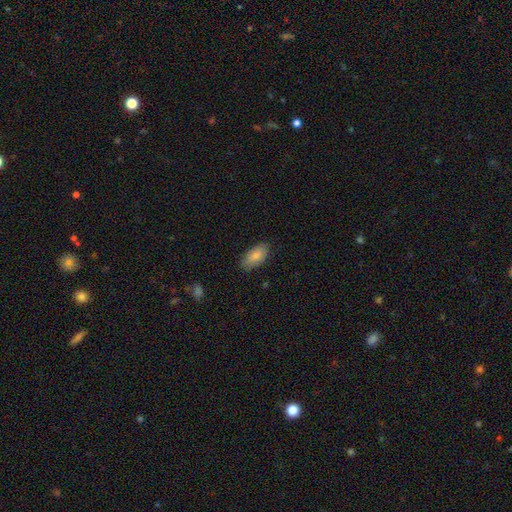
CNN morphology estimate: Q: Smooth or featured?
A: smooth (86%); runner-up: featured or disk (8%)
Q: How rounded?
A: in between (90%); runner-up: cigar-shaped (8%)
Q: Merging?
A: none (83%); runner-up: minor disturbance (14%)